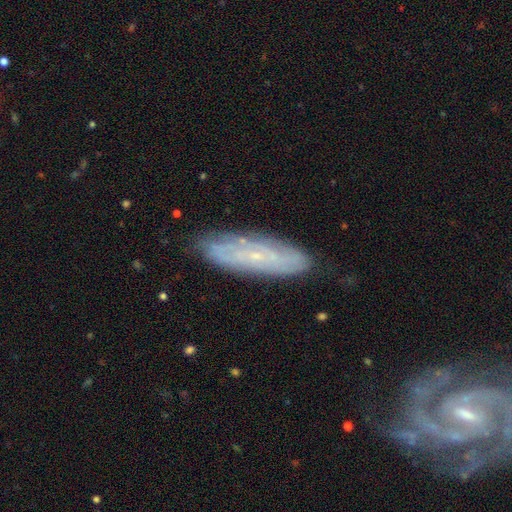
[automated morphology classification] smooth_or_featured: featured or disk (p=0.62) [alt: smooth p=0.30]
disk_edge_on: no (p=0.71) [alt: yes p=0.29]
merging: none (p=0.82) [alt: minor disturbance p=0.13]